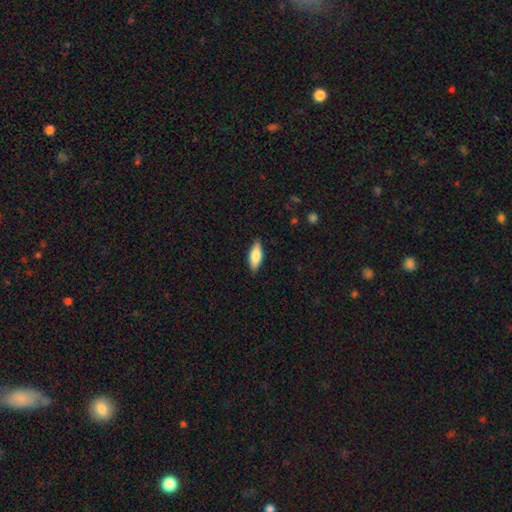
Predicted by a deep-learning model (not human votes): Smooth or featured? smooth (73%)
How rounded? in between (74%)
Merging? none (86%)